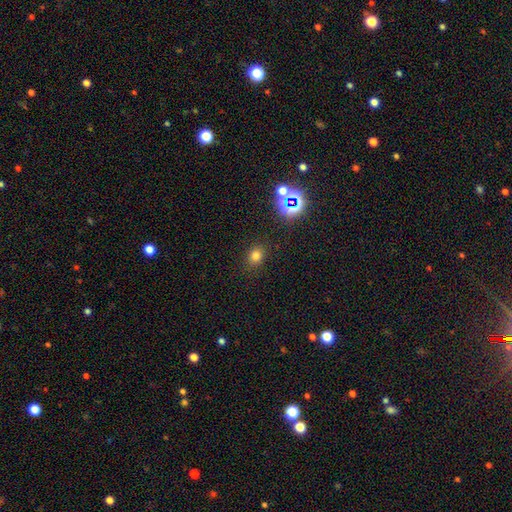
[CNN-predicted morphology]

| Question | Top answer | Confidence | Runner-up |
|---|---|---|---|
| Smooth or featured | smooth | 75% | star or artifact (19%) |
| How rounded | round | 59% | in between (40%) |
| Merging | none | 86% | minor disturbance (9%) |